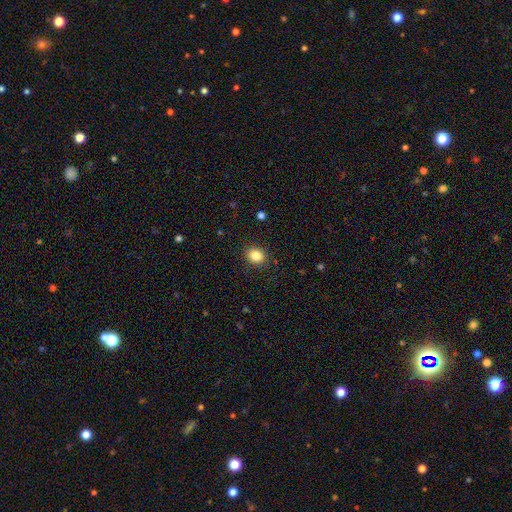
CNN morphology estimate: Overall: smooth (84%). How rounded: round (65%; in between 35%). Merging: none (89%).